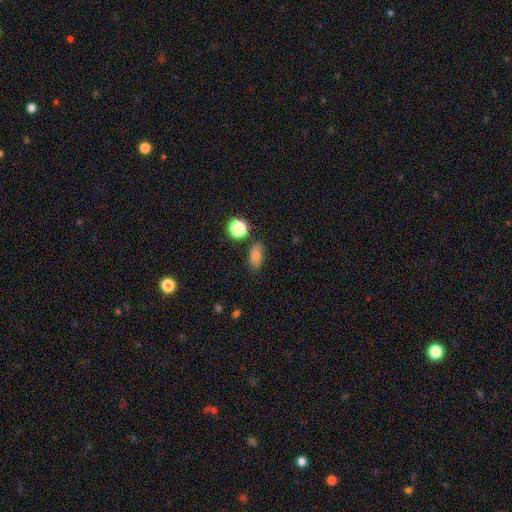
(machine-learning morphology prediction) This appears to be a smooth galaxy with no disk features (80%) that is in between round and cigar-shaped (85%). Merging: none (79%).